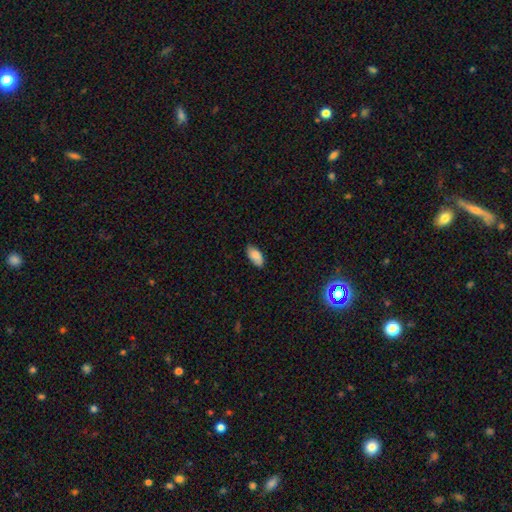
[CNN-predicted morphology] smooth-or-featured: smooth: 84% | featured or disk: 9% | star or artifact: 7%
  how-rounded: in between: 92% | cigar-shaped: 6% | round: 2%
  merging: none: 81% | minor disturbance: 16% | major disturbance: 2% | merger: 1%